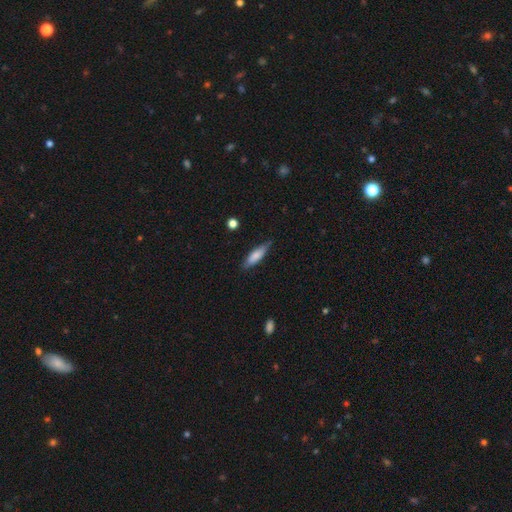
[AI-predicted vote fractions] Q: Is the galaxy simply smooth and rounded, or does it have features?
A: smooth — 75%.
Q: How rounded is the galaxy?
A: cigar-shaped — 59%.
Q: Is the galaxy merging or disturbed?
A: none — 76%.